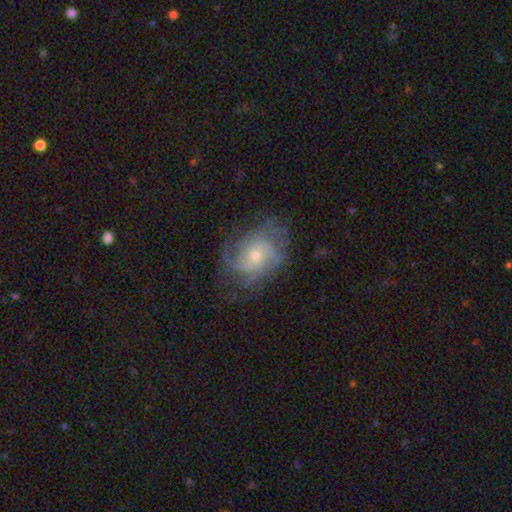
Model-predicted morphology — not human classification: Smooth or featured? Predicted: featured or disk (p=0.78). Edge-on disk? Predicted: no (p=0.97). Bar? Predicted: no (p=0.76). Spiral arms? Predicted: yes (p=0.91). Spiral winding? Predicted: medium (p=0.41). Spiral arm count? Predicted: can't tell (p=0.36). Bulge size? Predicted: small (p=0.52). Merging? Predicted: none (p=0.64).